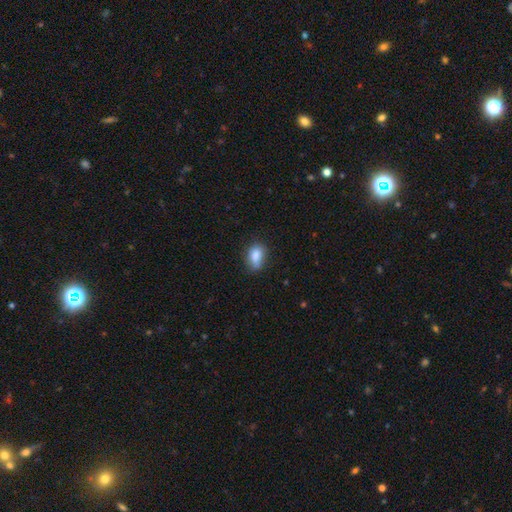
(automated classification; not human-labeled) Smooth or featured? smooth (83%)
How rounded? in between (78%)
Merging? none (58%)